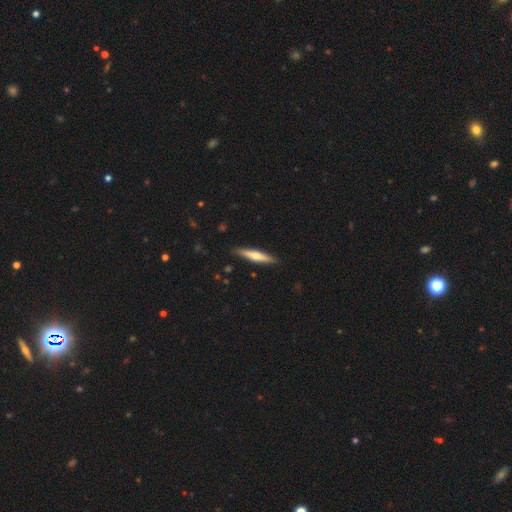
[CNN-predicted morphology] A smooth galaxy with no disk features (49%). Merging: none (88%).